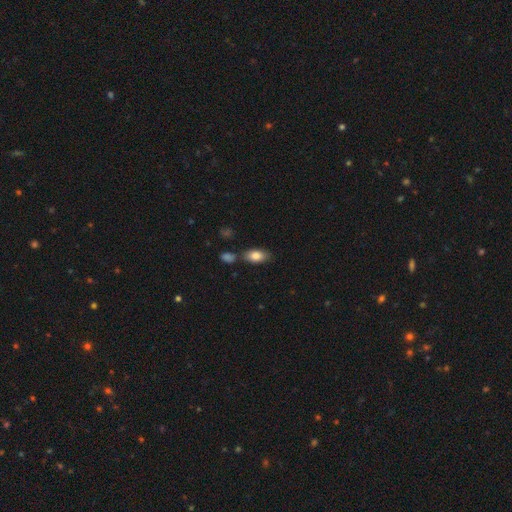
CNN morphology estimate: Smooth or featured?
  - smooth: 82% *
  - featured or disk: 11%
  - star or artifact: 7%
How rounded?
  - in between: 91% *
  - round: 5%
  - cigar-shaped: 4%
Merging?
  - none: 73% *
  - minor disturbance: 13%
  - merger: 11%
  - major disturbance: 3%